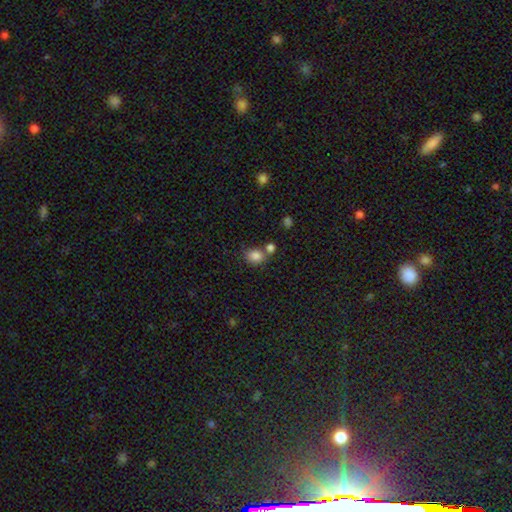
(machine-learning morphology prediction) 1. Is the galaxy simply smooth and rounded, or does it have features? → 84% smooth, 11% star or artifact, 6% featured or disk.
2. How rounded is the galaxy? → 69% round, 30% in between, 1% cigar-shaped.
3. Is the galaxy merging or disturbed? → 55% none, 27% merger, 13% minor disturbance, 5% major disturbance.